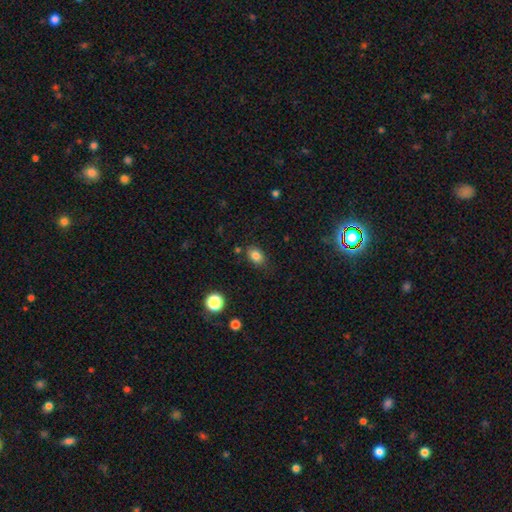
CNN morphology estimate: A smooth galaxy with no disk features (82%) that is in between round and cigar-shaped (73%). Merging: none (80%).